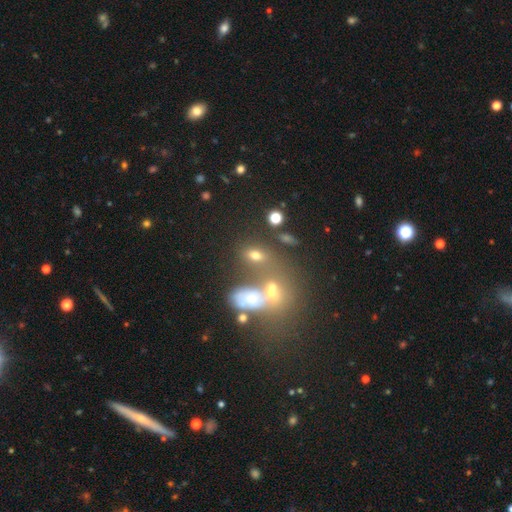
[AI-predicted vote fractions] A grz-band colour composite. It shows a smooth galaxy with no disk features (59%) that is in between round and cigar-shaped (71%). Merging: merger (39%, tied with none).